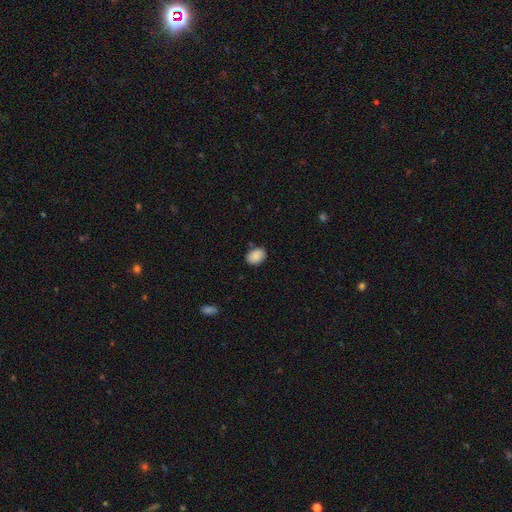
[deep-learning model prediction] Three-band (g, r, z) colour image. It shows a smooth galaxy with no disk features (88%) that is in between round and cigar-shaped (76%). Merging: none (82%).